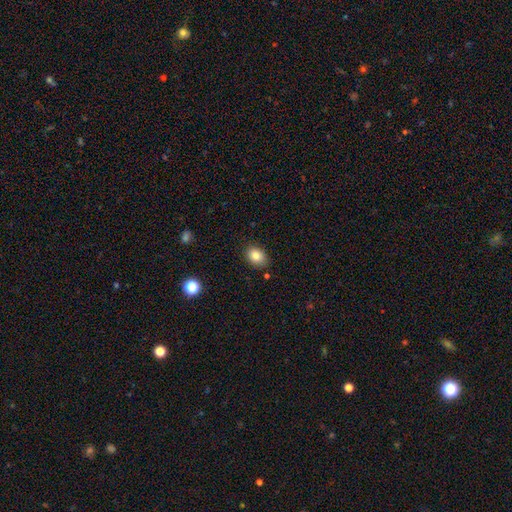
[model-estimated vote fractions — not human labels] Morphology: type=smooth (83%); roundness=in between (67%); merging=none (84%).